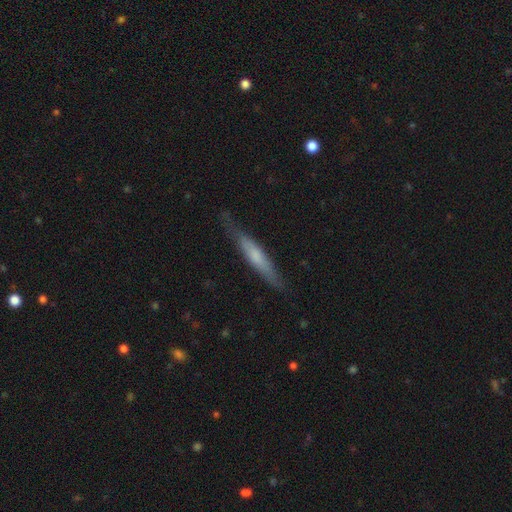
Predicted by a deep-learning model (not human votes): A smooth galaxy with no disk features (51%) that is cigar-shaped (92%). Merging: none (76%).